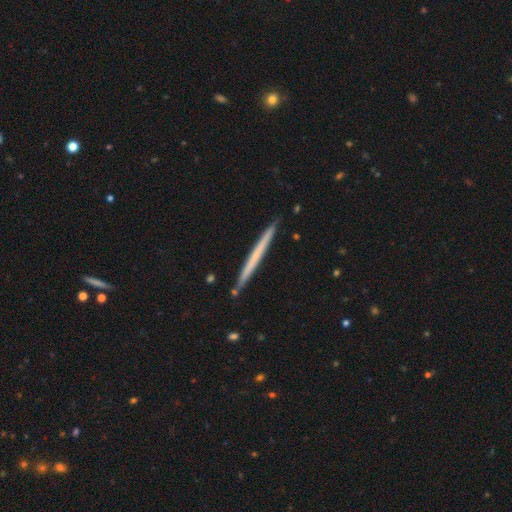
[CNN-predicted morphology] smooth 48%, featured or disk 47%, star or artifact 6%. Down the decision tree: merging — none (91%).